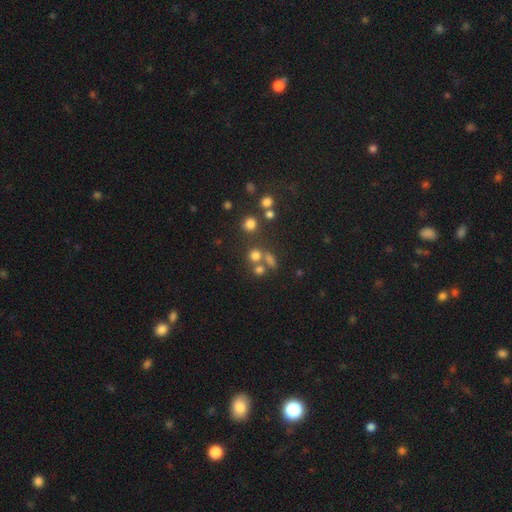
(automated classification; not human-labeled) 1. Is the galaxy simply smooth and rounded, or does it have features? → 67% smooth, 21% star or artifact, 11% featured or disk.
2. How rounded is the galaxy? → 82% round, 16% in between, 2% cigar-shaped.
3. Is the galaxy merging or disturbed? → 58% none, 27% merger, 9% minor disturbance, 6% major disturbance.